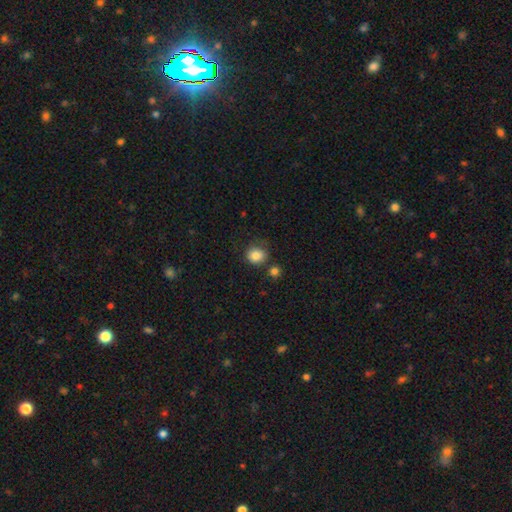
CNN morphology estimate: The model was most divided on "merging": none: 70%, minor disturbance: 16%, merger: 9%, major disturbance: 5%. More confident: smooth or featured — smooth (84%); how rounded — round (84%).